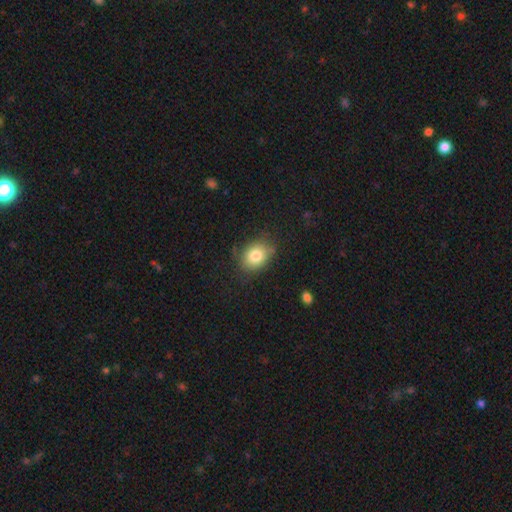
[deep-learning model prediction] Overall: smooth (81%). How rounded: in between (60%; round 39%). Merging: none (76%).